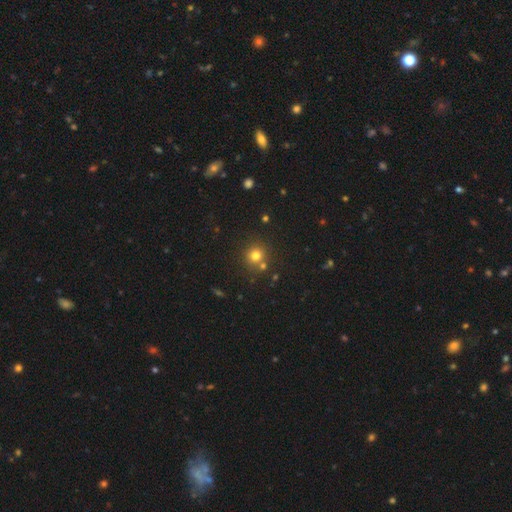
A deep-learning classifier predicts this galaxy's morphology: smooth_or_featured: smooth (p=0.75) [alt: star or artifact p=0.17]
how_rounded: round (p=0.90) [alt: in between p=0.09]
merging: none (p=0.73) [alt: merger p=0.16]